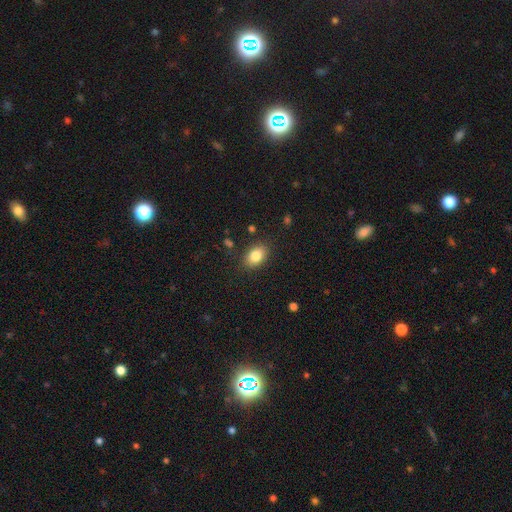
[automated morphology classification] A smooth galaxy with no disk features (84%) that is in between round and cigar-shaped (81%).

Vote fractions:
- Smooth or featured? smooth: 84% / star or artifact: 8% / featured or disk: 8%
- How rounded? in between: 81% / round: 17% / cigar-shaped: 1%
- Merging? none: 85% / minor disturbance: 10% / major disturbance: 3% / merger: 2%